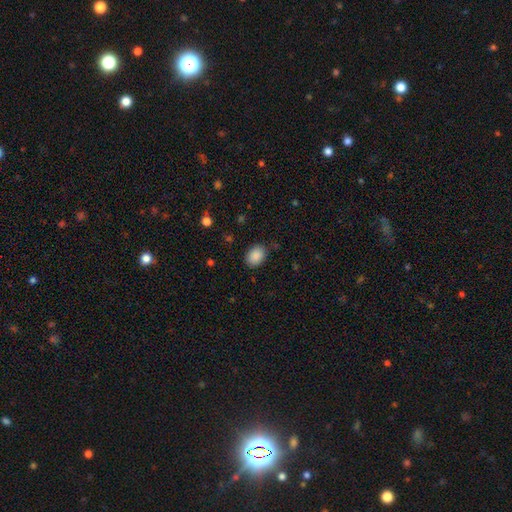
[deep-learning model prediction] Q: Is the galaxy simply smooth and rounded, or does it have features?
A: smooth — 89%.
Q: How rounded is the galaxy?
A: in between — 72%.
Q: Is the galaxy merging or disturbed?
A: none — 85%.